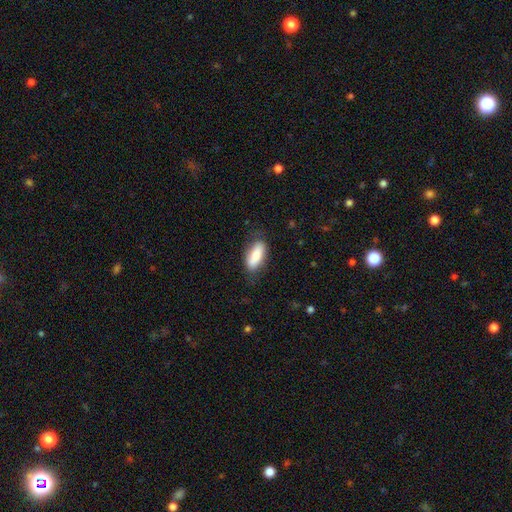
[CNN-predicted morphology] This appears to be a smooth galaxy with no disk features (79%) that is in between round and cigar-shaped (78%). Merging: none (75%).